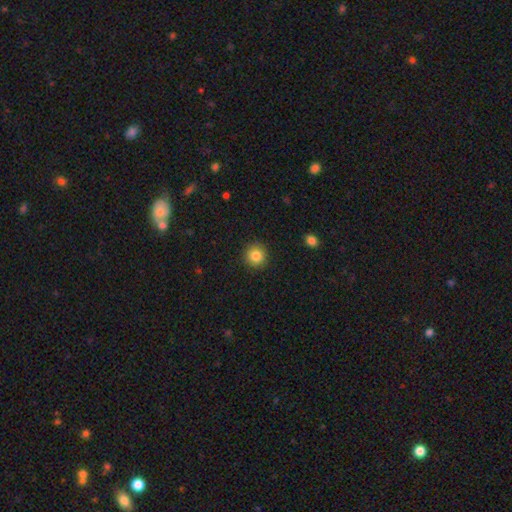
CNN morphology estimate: A smooth galaxy with no disk features (84%) that is round (94%).

Vote fractions:
- Smooth or featured? smooth: 84% / star or artifact: 10% / featured or disk: 6%
- How rounded? round: 94% / in between: 5% / cigar-shaped: 1%
- Merging? none: 91% / minor disturbance: 6% / major disturbance: 2% / merger: 1%